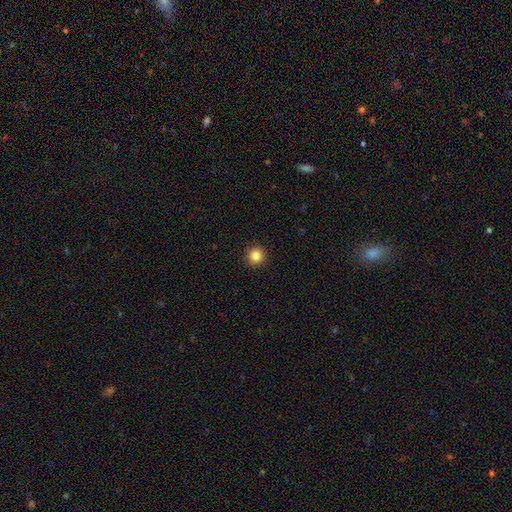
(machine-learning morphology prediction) A smooth galaxy with no disk features (85%) that is round (94%).

Vote fractions:
- Smooth or featured? smooth: 85% / star or artifact: 11% / featured or disk: 4%
- How rounded? round: 94% / in between: 5% / cigar-shaped: 1%
- Merging? none: 93% / minor disturbance: 5% / major disturbance: 2% / merger: 1%